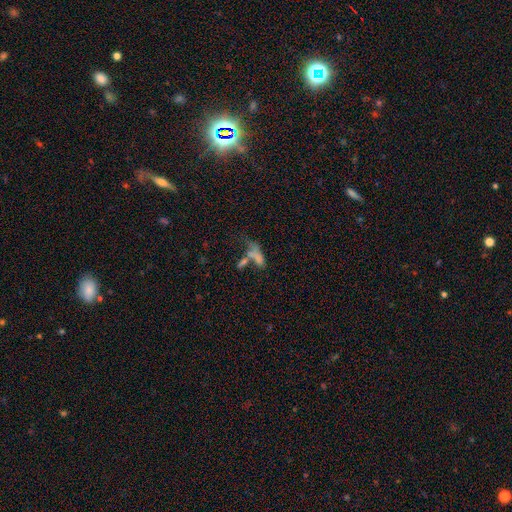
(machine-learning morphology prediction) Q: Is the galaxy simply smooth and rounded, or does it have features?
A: smooth — 63%.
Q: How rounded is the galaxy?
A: in between — 58%.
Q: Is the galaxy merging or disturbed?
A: merger — 47%.